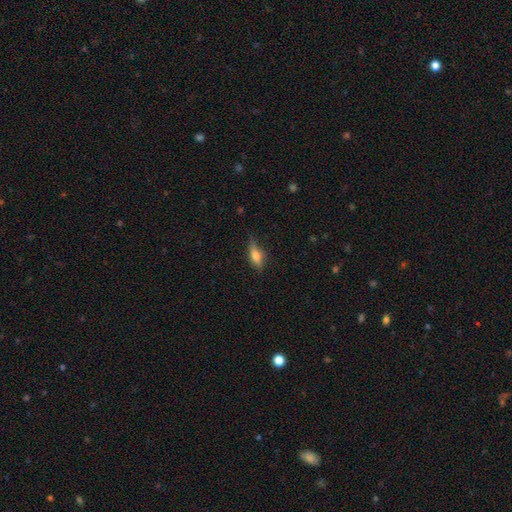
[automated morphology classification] type=smooth (63%); roundness=in between (61%); merging=none (68%).